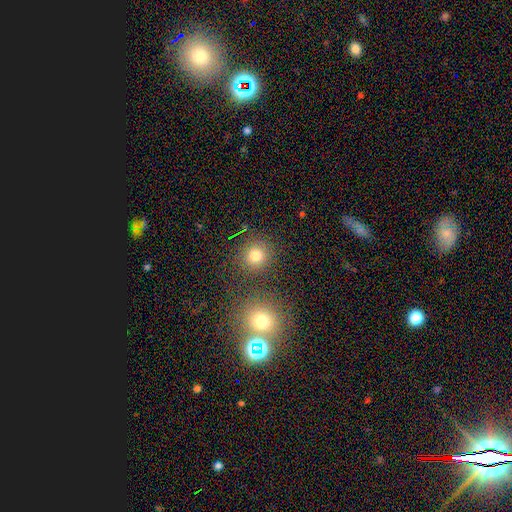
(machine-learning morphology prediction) Smooth or featured? Predicted: smooth (p=0.77). How rounded? Predicted: round (p=0.89). Merging? Predicted: none (p=0.82).